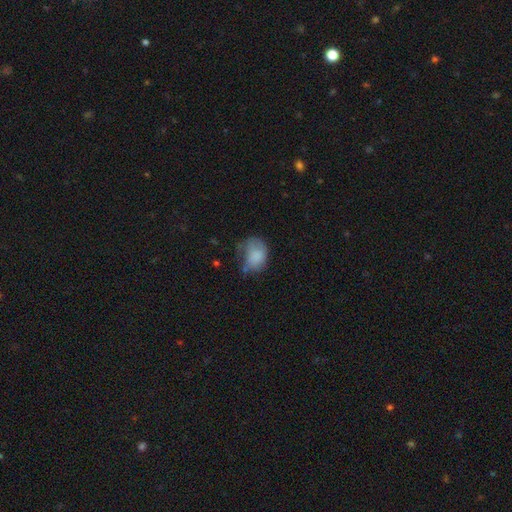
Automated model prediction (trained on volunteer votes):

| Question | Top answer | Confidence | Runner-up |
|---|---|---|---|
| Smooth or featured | smooth | 76% | featured or disk (15%) |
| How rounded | in between | 63% | round (36%) |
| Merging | minor disturbance | 35% | none (33%) |